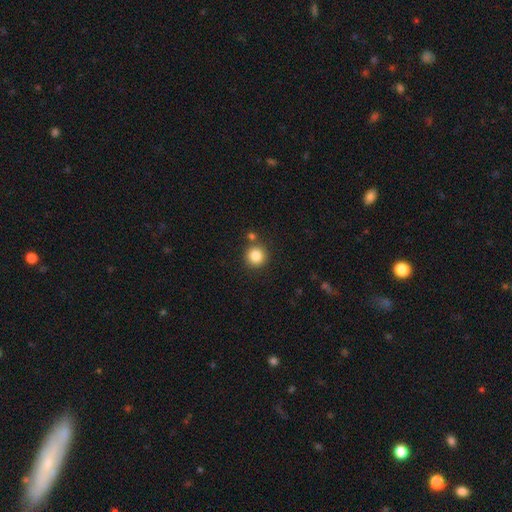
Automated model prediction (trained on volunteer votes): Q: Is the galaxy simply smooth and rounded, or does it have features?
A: smooth — 84%.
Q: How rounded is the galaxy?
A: round — 94%.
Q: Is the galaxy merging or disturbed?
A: none — 80%.